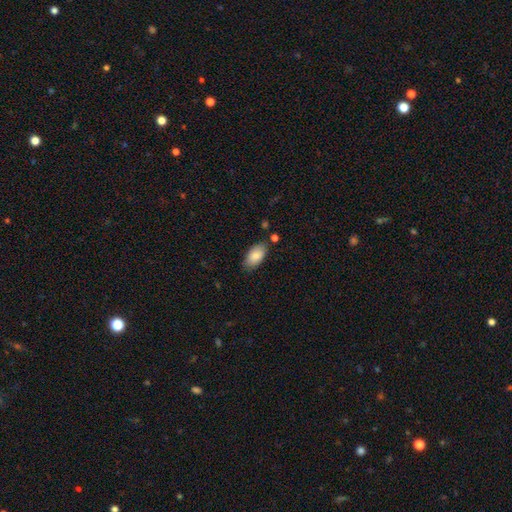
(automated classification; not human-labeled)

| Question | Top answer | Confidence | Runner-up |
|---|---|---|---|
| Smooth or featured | smooth | 85% | featured or disk (8%) |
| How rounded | in between | 94% | round (3%) |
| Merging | none | 79% | minor disturbance (15%) |